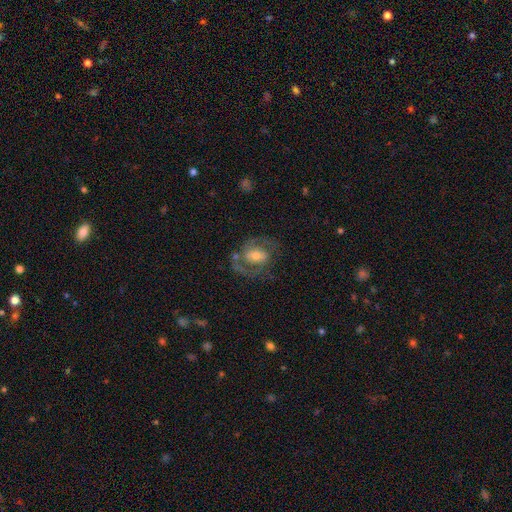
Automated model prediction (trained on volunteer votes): This is likely a featured or disk galaxy (72%). It is clearly not viewed edge-on (96%). Bar: marginally no (44%). Spiral arm pattern: likely yes (80%). Spiral arm count: clearly 2 (81%). Spiral winding: possibly medium (52%). Central bulge: possibly moderate (60%). Merging: likely none (65%).